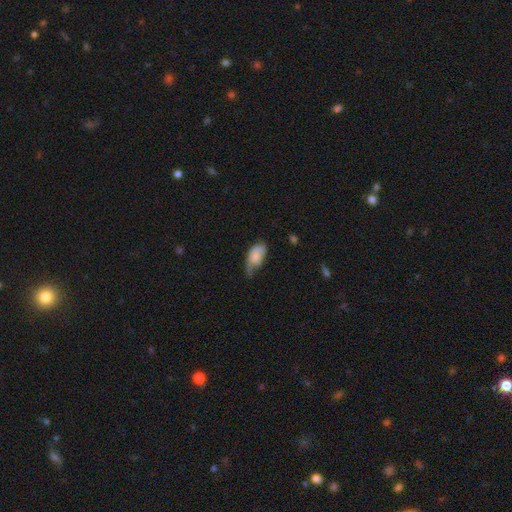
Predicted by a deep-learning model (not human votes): A smooth galaxy with no disk features (71%) that is in between round and cigar-shaped (92%).

Vote fractions:
- Smooth or featured? smooth: 71% / featured or disk: 22% / star or artifact: 7%
- How rounded? in between: 92% / cigar-shaped: 4% / round: 4%
- Merging? minor disturbance: 43% / none: 28% / major disturbance: 25% / merger: 3%